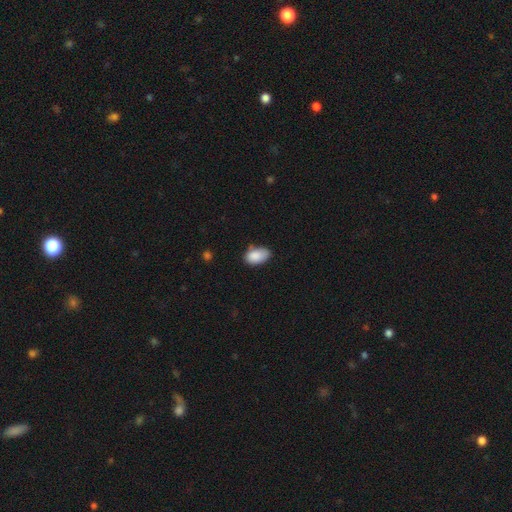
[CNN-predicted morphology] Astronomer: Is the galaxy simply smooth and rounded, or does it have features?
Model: smooth — 87%.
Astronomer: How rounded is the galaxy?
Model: in between — 92%.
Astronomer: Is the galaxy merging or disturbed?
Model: none — 60%.